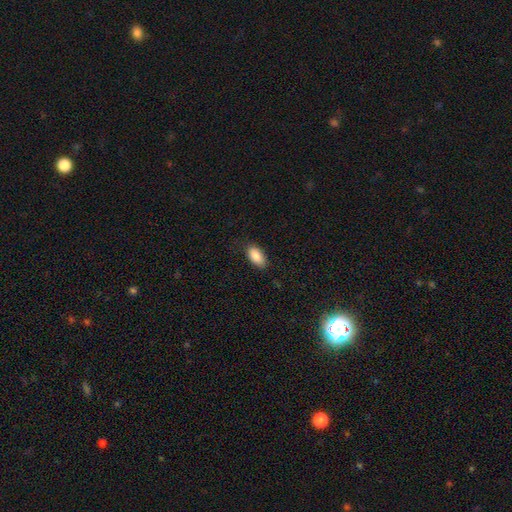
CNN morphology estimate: Q: Smooth or featured?
A: smooth (86%); runner-up: star or artifact (7%)
Q: How rounded?
A: in between (93%); runner-up: cigar-shaped (4%)
Q: Merging?
A: none (82%); runner-up: minor disturbance (14%)